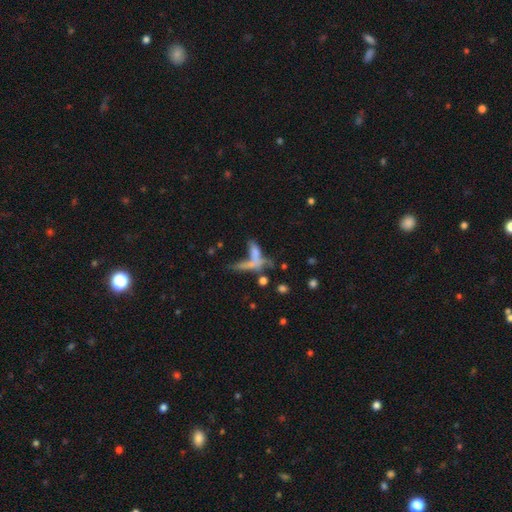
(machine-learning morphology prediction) Q: Smooth or featured?
A: smooth (54%); runner-up: featured or disk (32%)
Q: How rounded?
A: cigar-shaped (61%); runner-up: in between (33%)
Q: Merging?
A: merger (46%); runner-up: none (26%)